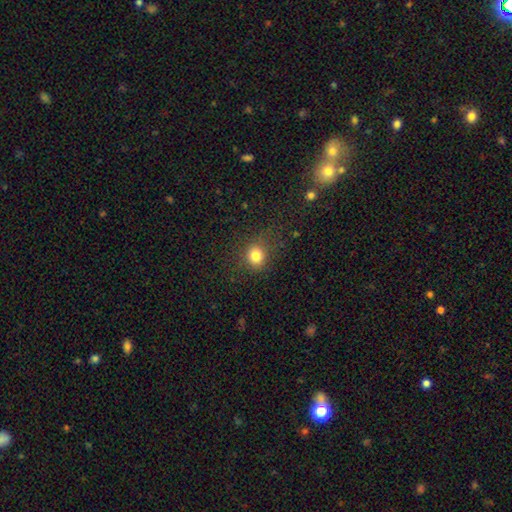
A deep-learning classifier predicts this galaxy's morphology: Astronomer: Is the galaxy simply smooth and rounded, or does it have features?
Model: smooth — 81%.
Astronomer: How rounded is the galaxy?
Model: round — 79%.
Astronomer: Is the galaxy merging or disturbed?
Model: none — 81%.